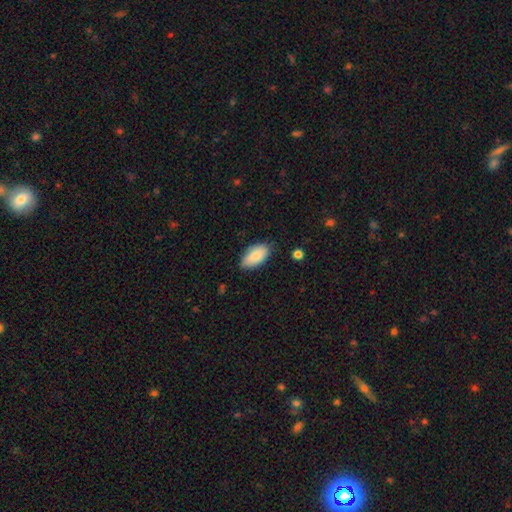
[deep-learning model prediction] Smooth or featured? Predicted: smooth (p=0.83). How rounded? Predicted: in between (p=0.94). Merging? Predicted: none (p=0.76).